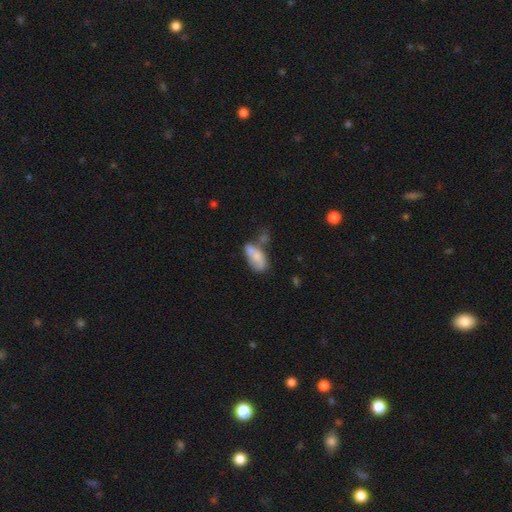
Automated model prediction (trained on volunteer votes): Smooth or featured? smooth (70%)
How rounded? in between (87%)
Merging? merger (38%)